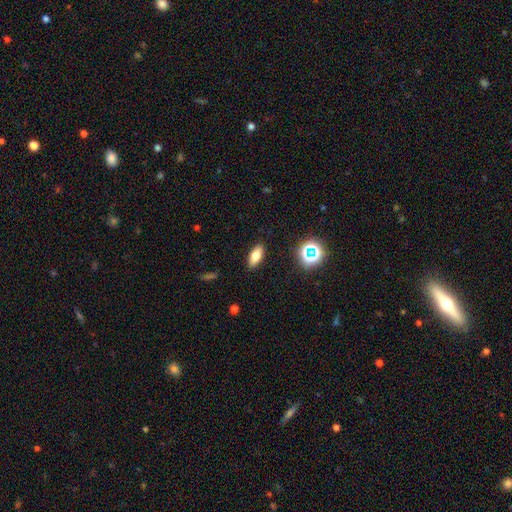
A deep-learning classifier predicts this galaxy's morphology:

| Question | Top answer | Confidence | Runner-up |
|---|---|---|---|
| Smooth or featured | smooth | 72% | featured or disk (16%) |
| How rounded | in between | 75% | cigar-shaped (20%) |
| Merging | none | 88% | minor disturbance (8%) |